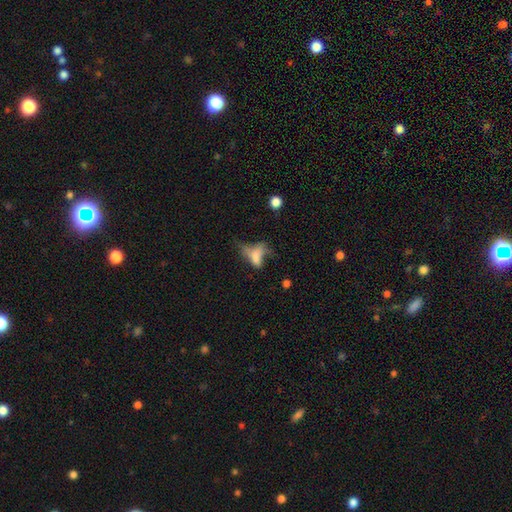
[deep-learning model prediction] smooth_or_featured: smooth (p=0.57) [alt: featured or disk p=0.28]
how_rounded: in between (p=0.78) [alt: cigar-shaped p=0.13]
merging: major disturbance (p=0.38) [alt: none p=0.24]